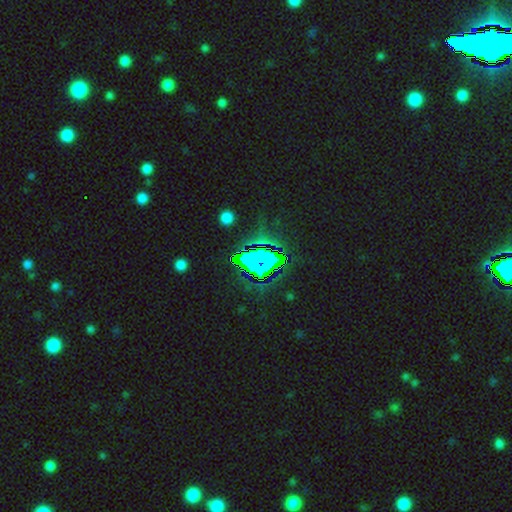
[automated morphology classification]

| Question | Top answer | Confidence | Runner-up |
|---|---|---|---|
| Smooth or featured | star or artifact | 80% | smooth (11%) |